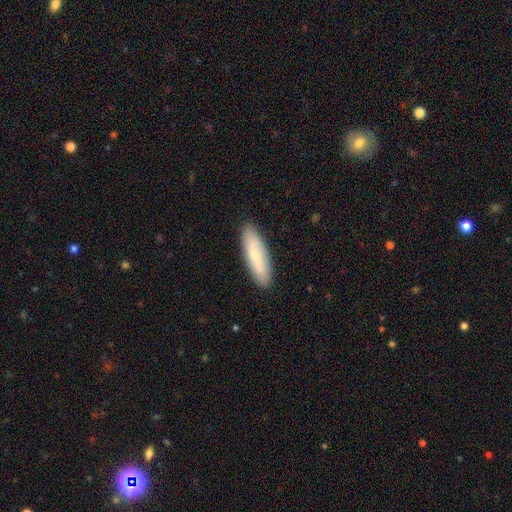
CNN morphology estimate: Overall: smooth (70%). How rounded: cigar-shaped (64%; in between 34%). Merging: none (89%).